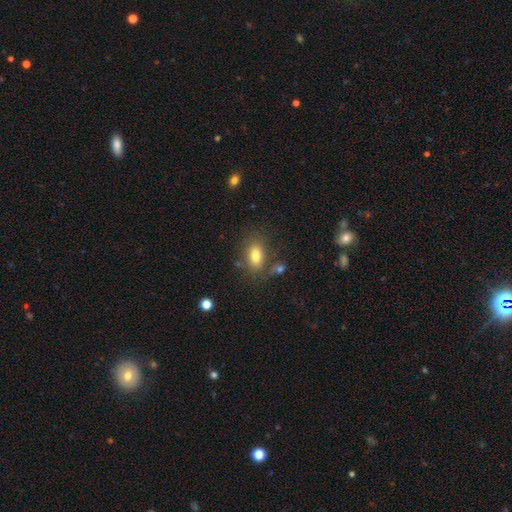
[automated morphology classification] This is likely a smooth galaxy (80%). How rounded: clearly in between (86%). Merging: likely none (72%).